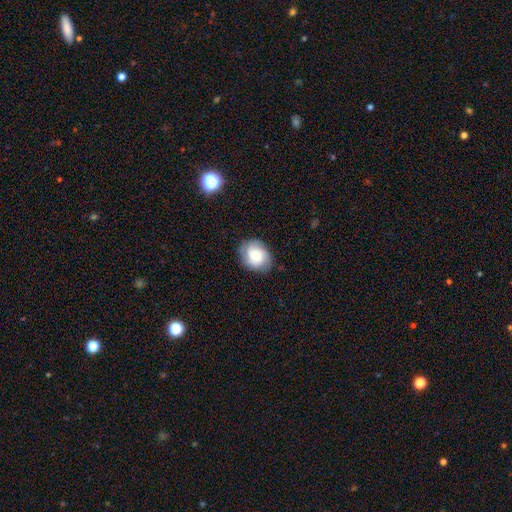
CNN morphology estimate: type=smooth (52%); roundness=round (56%); merging=none (78%).